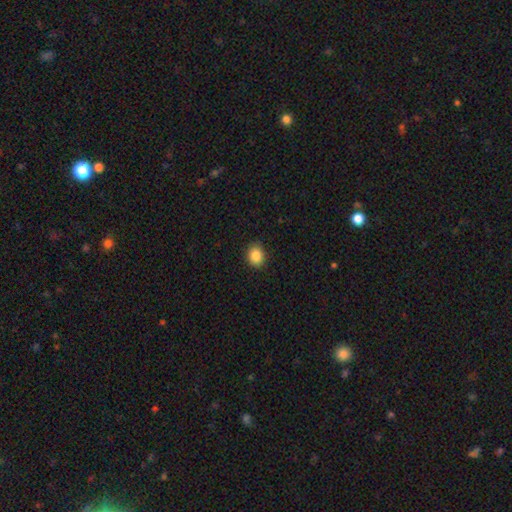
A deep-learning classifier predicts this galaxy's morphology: Smooth or featured? Predicted: smooth (p=0.87). How rounded? Predicted: round (p=0.56). Merging? Predicted: none (p=0.89).